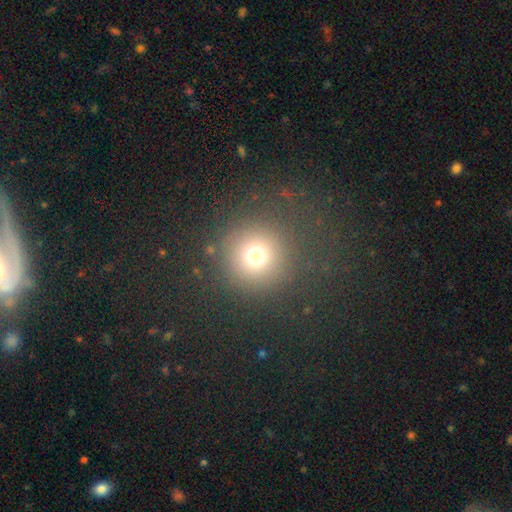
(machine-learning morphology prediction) A smooth galaxy with no disk features (71%) that is round (95%).

Vote fractions:
- Smooth or featured? smooth: 71% / star or artifact: 20% / featured or disk: 9%
- How rounded? round: 95% / in between: 4% / cigar-shaped: 1%
- Merging? none: 82% / minor disturbance: 8% / major disturbance: 7% / merger: 2%